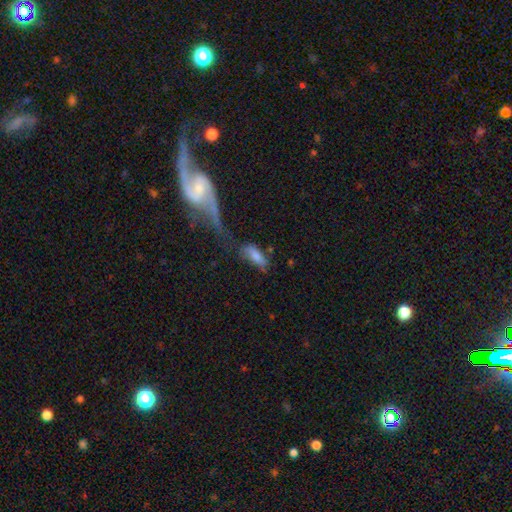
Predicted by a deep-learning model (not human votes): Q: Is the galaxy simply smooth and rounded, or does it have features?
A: smooth — 74%.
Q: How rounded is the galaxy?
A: in between — 73%.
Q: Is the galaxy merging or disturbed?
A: none — 43%.